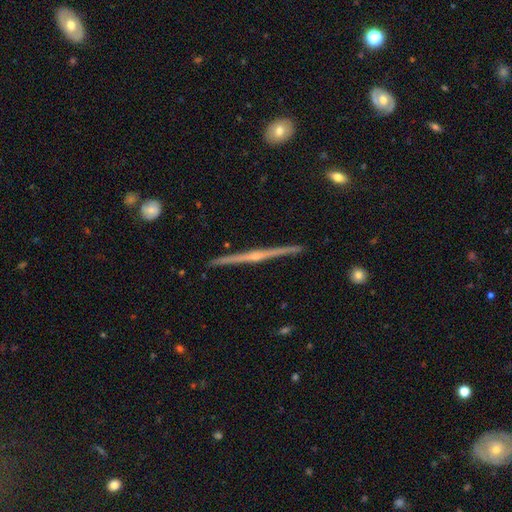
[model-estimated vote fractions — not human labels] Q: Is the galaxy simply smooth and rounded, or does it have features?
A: featured or disk — 86%.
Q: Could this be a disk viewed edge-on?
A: yes — 99%.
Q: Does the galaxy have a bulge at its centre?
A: rounded — 79%.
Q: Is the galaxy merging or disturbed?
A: none — 92%.